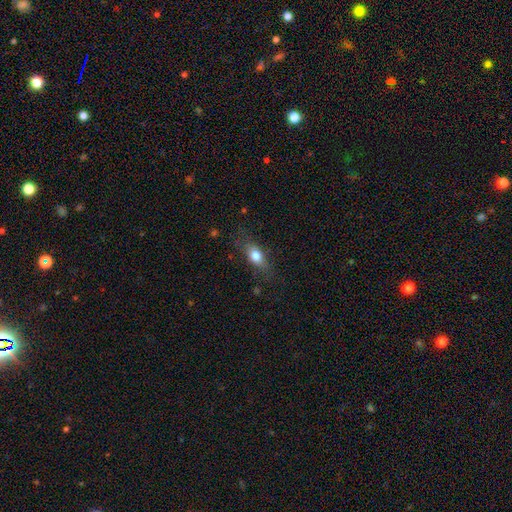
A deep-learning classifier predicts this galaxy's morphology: Q: Smooth or featured?
A: smooth (74%); runner-up: featured or disk (18%)
Q: How rounded?
A: in between (71%); runner-up: cigar-shaped (19%)
Q: Merging?
A: none (73%); runner-up: minor disturbance (19%)